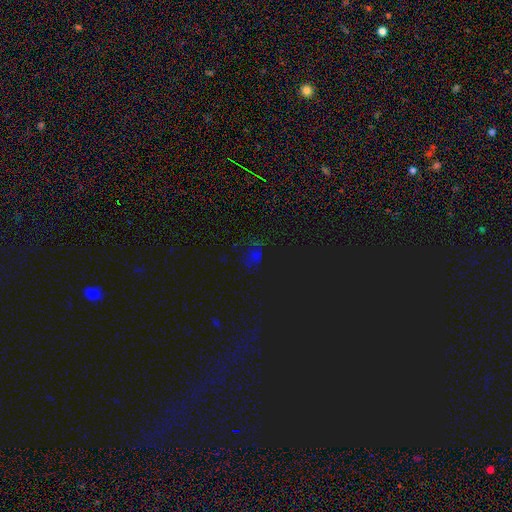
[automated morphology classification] smooth-or-featured: star or artifact: 56% | smooth: 34% | featured or disk: 10%